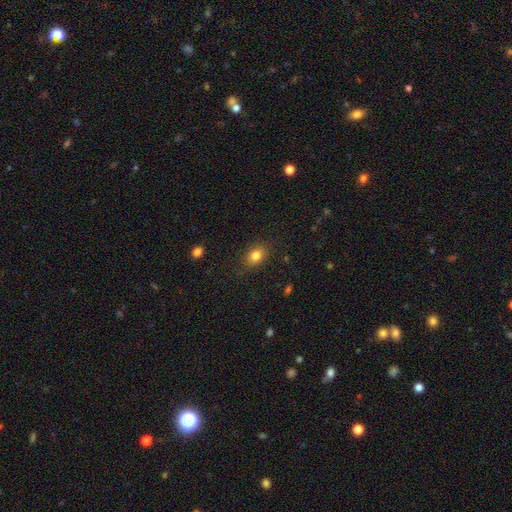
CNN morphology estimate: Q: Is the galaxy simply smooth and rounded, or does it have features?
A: smooth — 82%.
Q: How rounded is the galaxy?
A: in between — 65%.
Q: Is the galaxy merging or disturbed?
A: none — 83%.